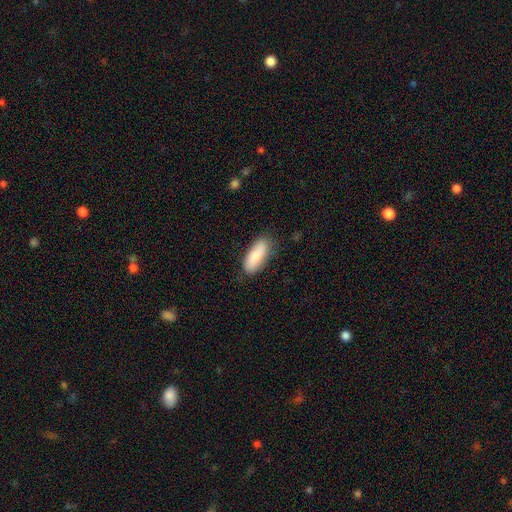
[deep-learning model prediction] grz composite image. It shows a smooth galaxy with no disk features (82%) that is in between round and cigar-shaped (73%). Merging: none (78%).